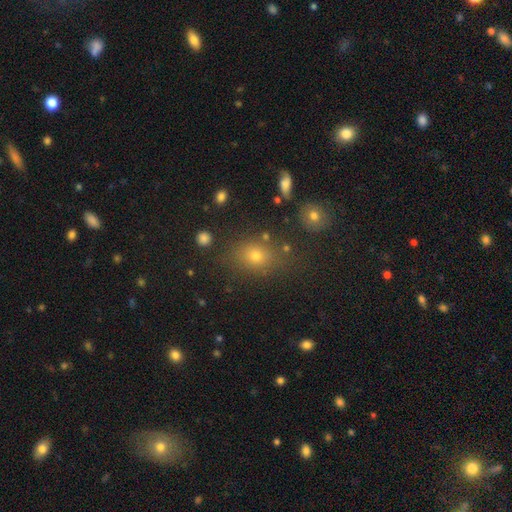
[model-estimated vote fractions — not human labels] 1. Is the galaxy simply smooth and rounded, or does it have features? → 69% smooth, 20% star or artifact, 11% featured or disk.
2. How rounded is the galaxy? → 55% in between, 43% round, 2% cigar-shaped.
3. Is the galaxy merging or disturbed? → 75% none, 13% minor disturbance, 6% merger, 5% major disturbance.